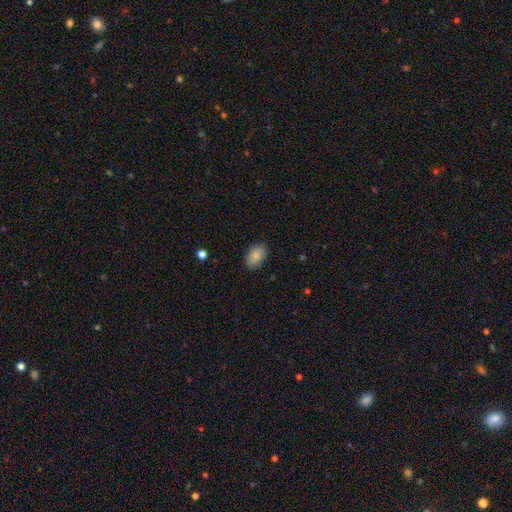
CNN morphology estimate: Smooth or featured? Predicted: smooth (p=0.85). How rounded? Predicted: in between (p=0.89). Merging? Predicted: none (p=0.85).